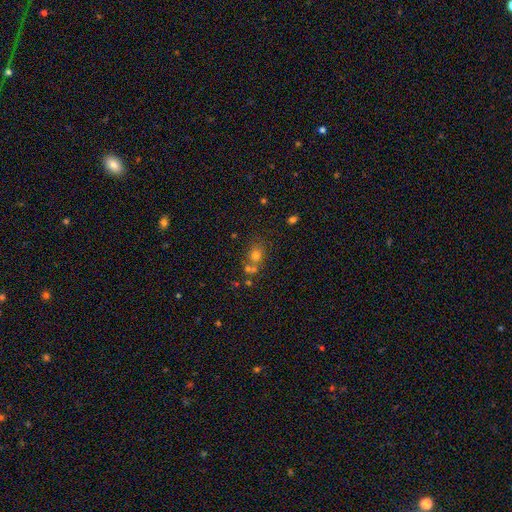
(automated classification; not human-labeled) This appears to be a smooth galaxy with no disk features (64%) that is round (67%). Merging: none (53%).